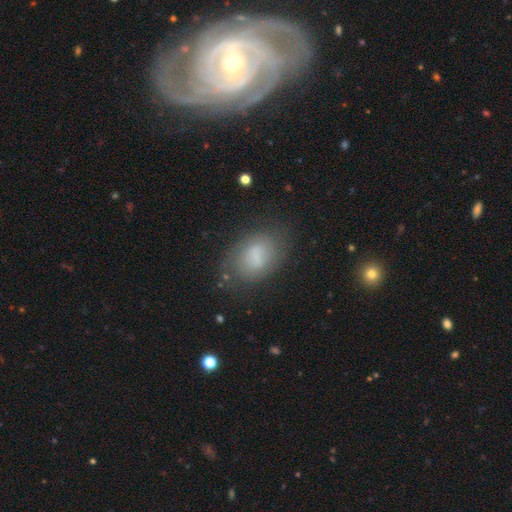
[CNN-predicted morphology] Smooth or featured? smooth (66%)
How rounded? in between (85%)
Merging? none (68%)